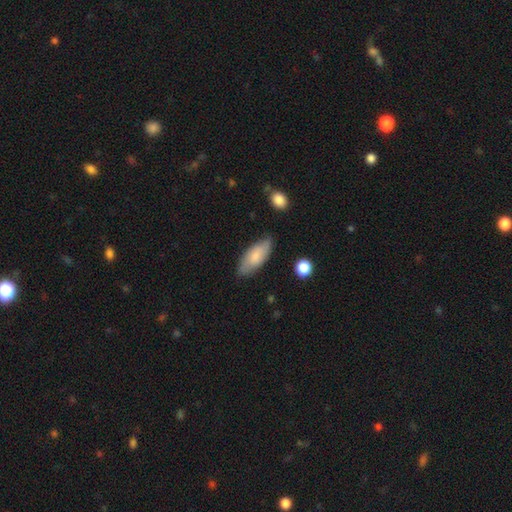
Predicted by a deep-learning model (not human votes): Smooth or featured: smooth — 70% (featured or disk — 24%)
How rounded: in between — 84% (cigar-shaped — 14%)
Merging: none — 74% (minor disturbance — 20%)